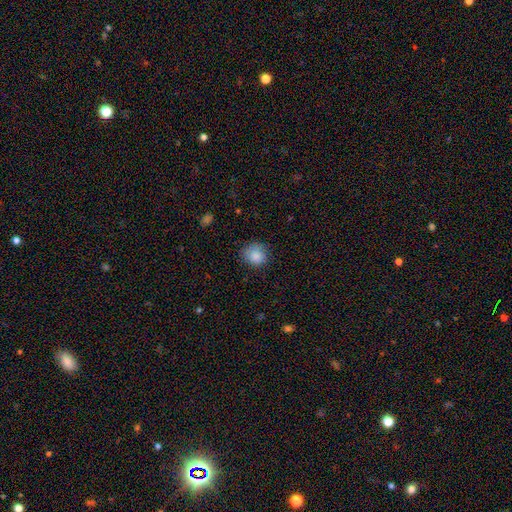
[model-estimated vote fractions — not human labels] Overall: smooth (86%). How rounded: round (82%). Merging: none (75%).